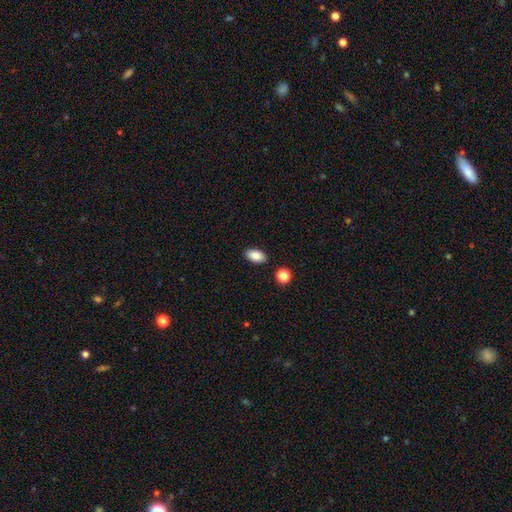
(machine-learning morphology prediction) Smooth or featured: smooth — 85% (star or artifact — 8%)
How rounded: in between — 92% (round — 6%)
Merging: none — 87% (minor disturbance — 8%)